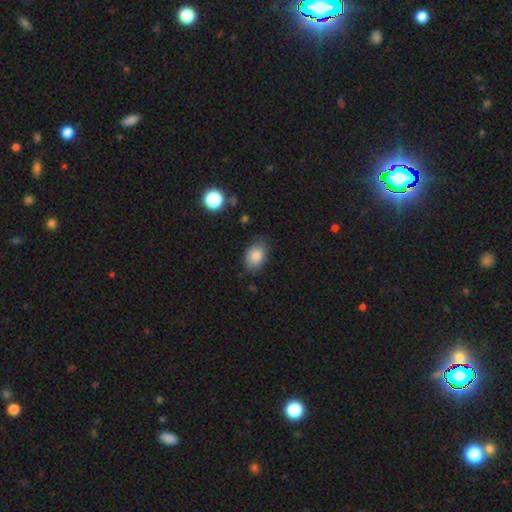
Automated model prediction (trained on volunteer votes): Smooth or featured? Predicted: smooth (p=0.84). How rounded? Predicted: in between (p=0.81). Merging? Predicted: none (p=0.73).